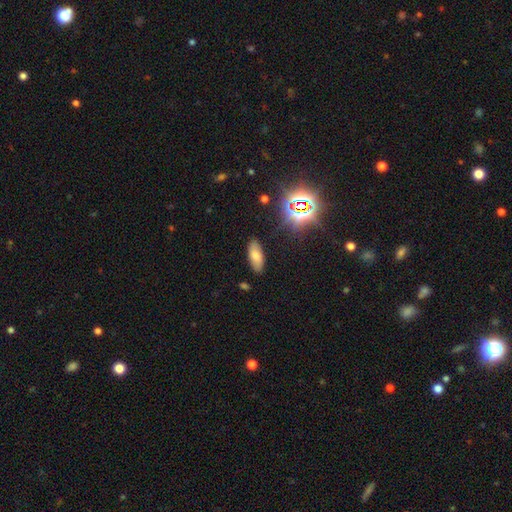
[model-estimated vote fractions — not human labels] Smooth or featured?
  - smooth: 58% *
  - star or artifact: 25%
  - featured or disk: 17%
How rounded?
  - in between: 81% *
  - cigar-shaped: 15%
  - round: 4%
Merging?
  - none: 86% *
  - minor disturbance: 10%
  - major disturbance: 2%
  - merger: 2%